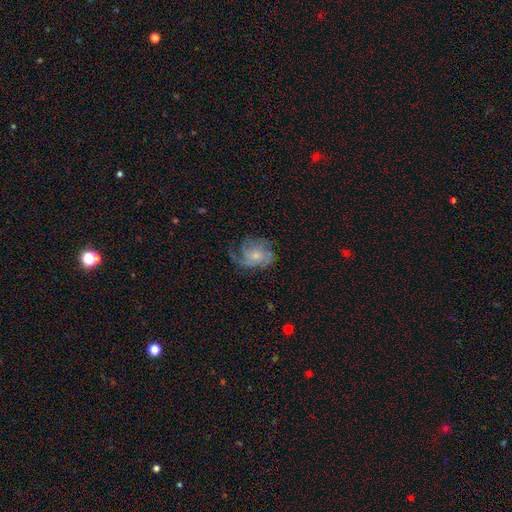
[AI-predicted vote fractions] Smooth or featured? featured or disk (69%)
Edge-on disk? no (97%)
Bar? no (77%)
Spiral arms? yes (89%)
Spiral winding? tight (39%)
Spiral arm count? can't tell (36%)
Bulge size? small (56%)
Merging? none (53%)